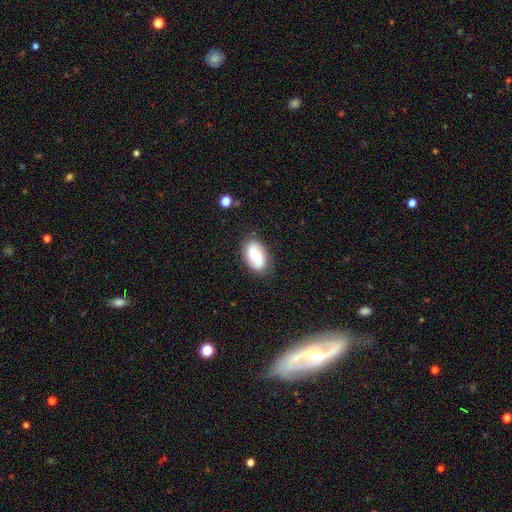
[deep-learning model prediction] smooth_or_featured: smooth (p=0.48) [alt: featured or disk p=0.45]
merging: none (p=0.83) [alt: minor disturbance p=0.12]